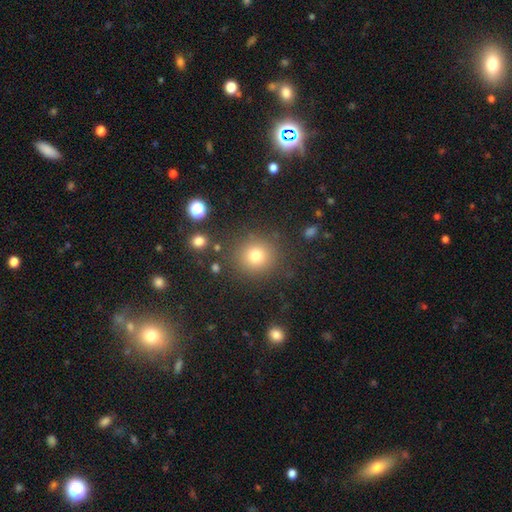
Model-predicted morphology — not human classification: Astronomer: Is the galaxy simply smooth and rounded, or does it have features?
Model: smooth — 77%.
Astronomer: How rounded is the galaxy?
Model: round — 91%.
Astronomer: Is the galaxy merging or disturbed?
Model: none — 86%.